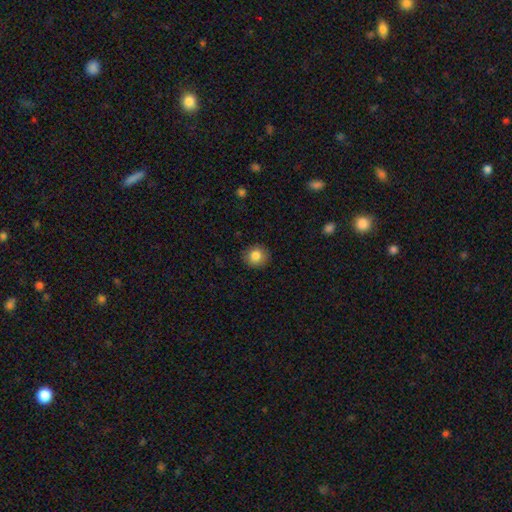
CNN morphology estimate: Q: Smooth or featured?
A: smooth (84%); runner-up: star or artifact (9%)
Q: How rounded?
A: round (88%); runner-up: in between (11%)
Q: Merging?
A: none (89%); runner-up: minor disturbance (8%)